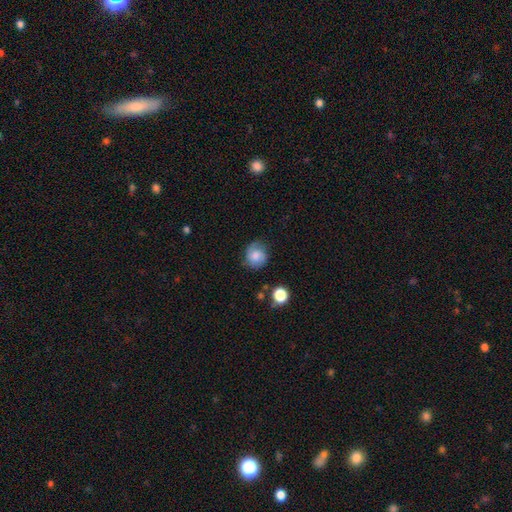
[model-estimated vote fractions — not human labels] smooth_or_featured: smooth (p=0.66) [alt: featured or disk p=0.24]
how_rounded: round (p=0.82) [alt: in between p=0.17]
merging: none (p=0.70) [alt: minor disturbance p=0.21]